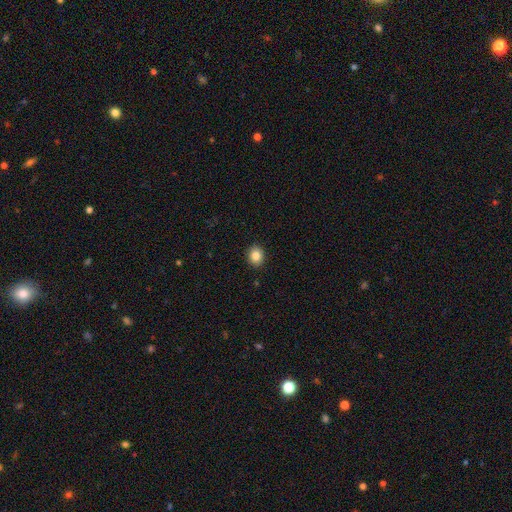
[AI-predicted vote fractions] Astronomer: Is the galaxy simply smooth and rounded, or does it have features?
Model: smooth — 86%.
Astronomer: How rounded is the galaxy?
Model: round — 60% (runner-up: in between, 39%).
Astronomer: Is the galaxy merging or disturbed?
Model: none — 91%.